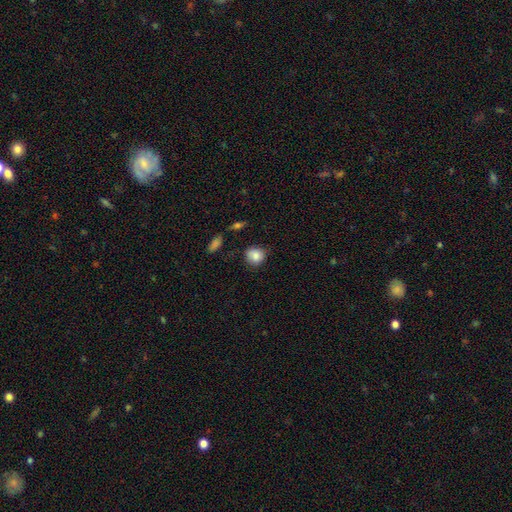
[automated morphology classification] Overall: smooth (83%). How rounded: round (82%). Merging: none (77%).